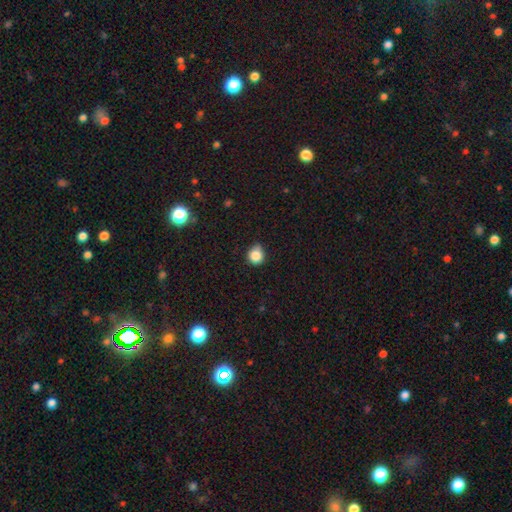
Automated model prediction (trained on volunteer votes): Smooth or featured? Predicted: smooth (p=0.84). How rounded? Predicted: round (p=0.84). Merging? Predicted: none (p=0.67).